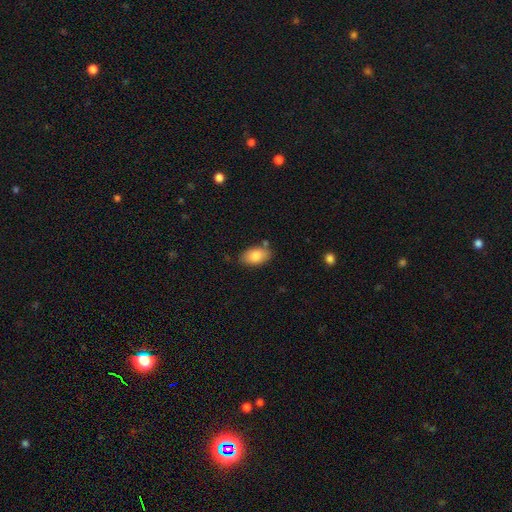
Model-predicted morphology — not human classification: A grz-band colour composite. It shows a smooth galaxy with no disk features (83%) that is in between round and cigar-shaped (92%). Merging: none (78%).